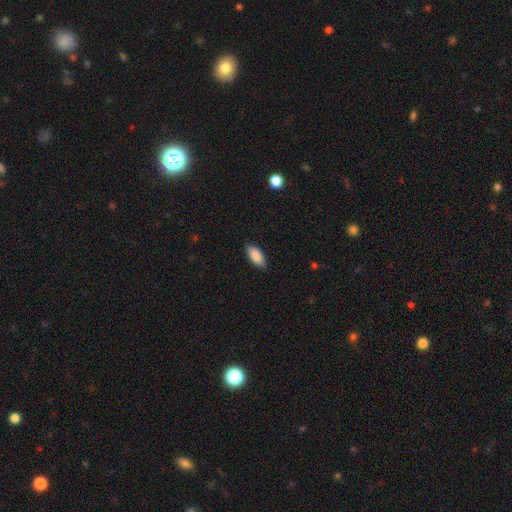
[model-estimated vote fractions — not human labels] Smooth or featured?
  - smooth: 89% *
  - star or artifact: 6%
  - featured or disk: 5%
How rounded?
  - in between: 88% *
  - cigar-shaped: 10%
  - round: 2%
Merging?
  - none: 85% *
  - minor disturbance: 12%
  - major disturbance: 2%
  - merger: 1%